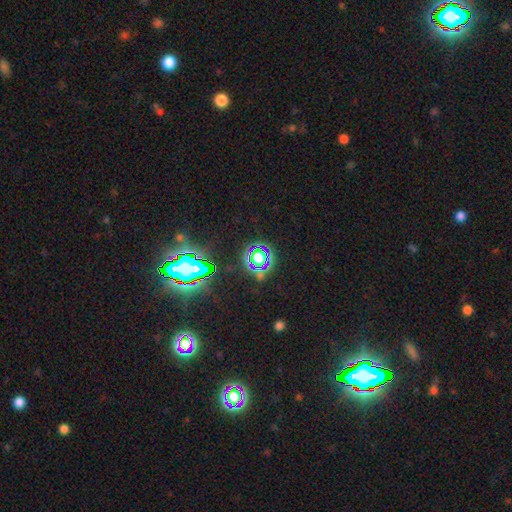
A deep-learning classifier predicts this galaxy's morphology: This is likely a star or artifact rather than a galaxy (61%).